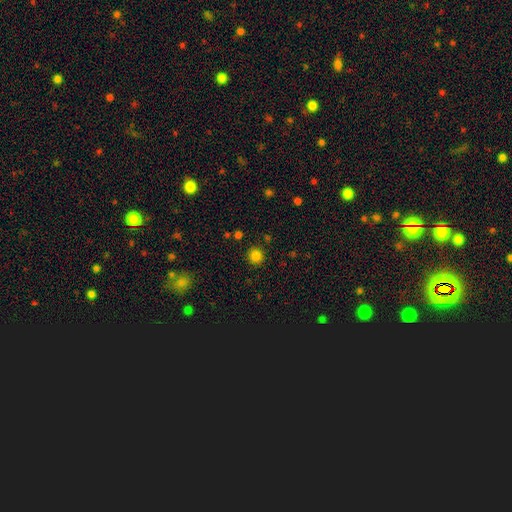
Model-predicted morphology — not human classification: This is clearly a smooth galaxy (82%). How rounded: clearly round (93%). Merging: clearly none (90%).